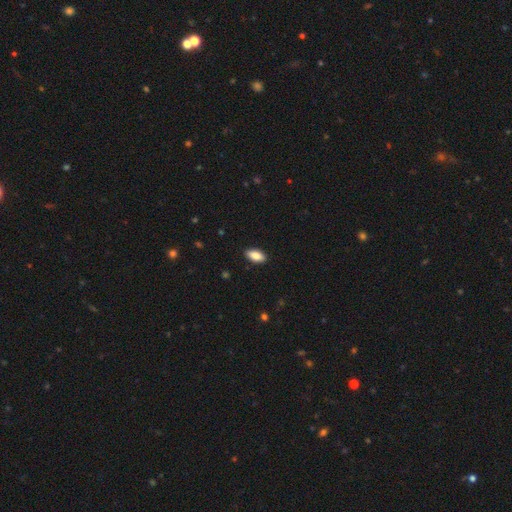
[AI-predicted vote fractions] Q: Smooth or featured?
A: smooth (88%); runner-up: star or artifact (7%)
Q: How rounded?
A: in between (90%); runner-up: cigar-shaped (8%)
Q: Merging?
A: none (89%); runner-up: minor disturbance (8%)